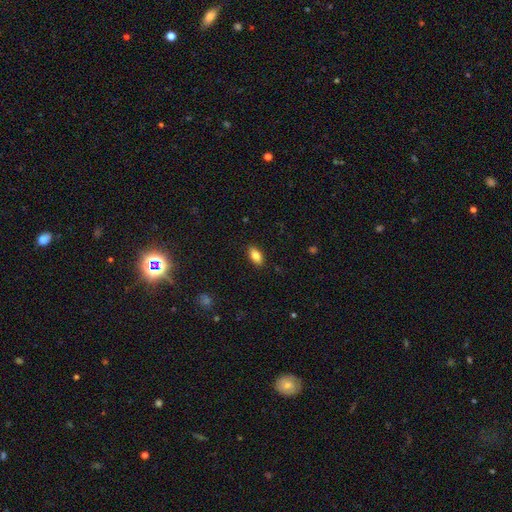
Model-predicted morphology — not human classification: A smooth galaxy with no disk features (81%) that is in between round and cigar-shaped (90%). Merging: none (89%).